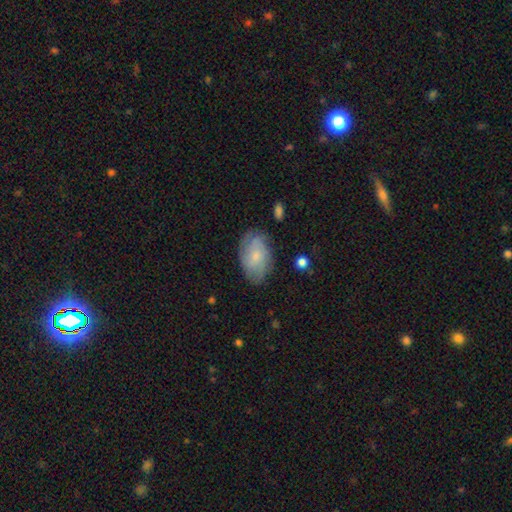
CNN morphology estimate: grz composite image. It shows a smooth galaxy with no disk features (51%) that is in between round and cigar-shaped (89%). Merging: none (71%).